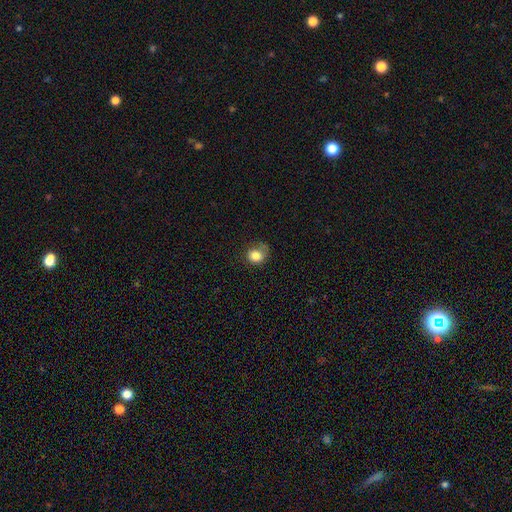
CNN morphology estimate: Smooth or featured?
  - smooth: 81% *
  - star or artifact: 10%
  - featured or disk: 9%
How rounded?
  - round: 71% *
  - in between: 28%
  - cigar-shaped: 1%
Merging?
  - none: 52% *
  - minor disturbance: 29%
  - major disturbance: 16%
  - merger: 3%